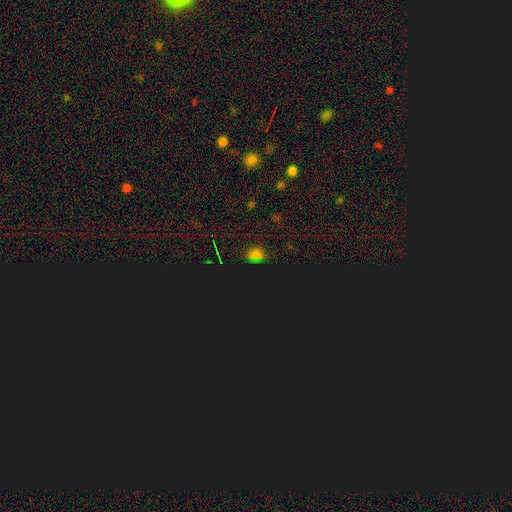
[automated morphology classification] Overall: star or artifact (58%; smooth 36%).